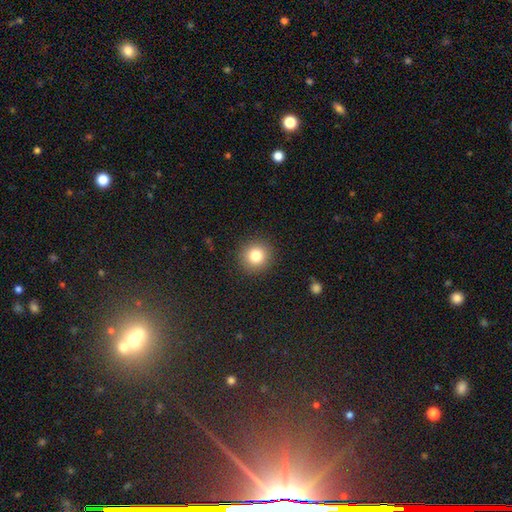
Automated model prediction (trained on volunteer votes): Smooth or featured?
  - smooth: 81% *
  - star or artifact: 11%
  - featured or disk: 8%
How rounded?
  - round: 92% *
  - in between: 7%
  - cigar-shaped: 1%
Merging?
  - none: 91% *
  - minor disturbance: 6%
  - major disturbance: 2%
  - merger: 1%